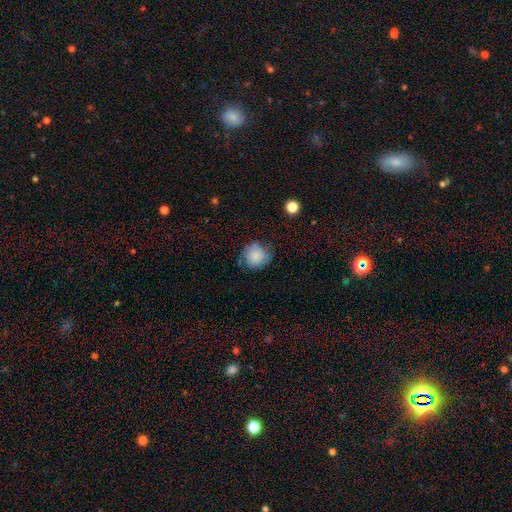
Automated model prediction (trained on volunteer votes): Q: Smooth or featured?
A: smooth (81%); runner-up: featured or disk (11%)
Q: How rounded?
A: round (87%); runner-up: in between (12%)
Q: Merging?
A: none (65%); runner-up: minor disturbance (25%)